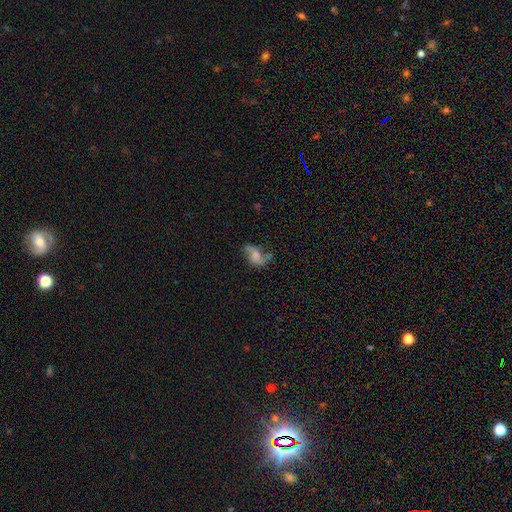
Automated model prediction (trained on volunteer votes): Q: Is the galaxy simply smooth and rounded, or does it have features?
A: featured or disk — 74%.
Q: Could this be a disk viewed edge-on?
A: no — 97%.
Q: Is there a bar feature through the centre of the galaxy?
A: no — 52%.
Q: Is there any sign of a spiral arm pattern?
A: yes — 91%.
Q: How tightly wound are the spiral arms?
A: loose — 79%.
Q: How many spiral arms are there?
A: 2 — 89%.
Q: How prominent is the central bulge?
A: small — 36%.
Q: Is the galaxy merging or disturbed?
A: none — 58%.